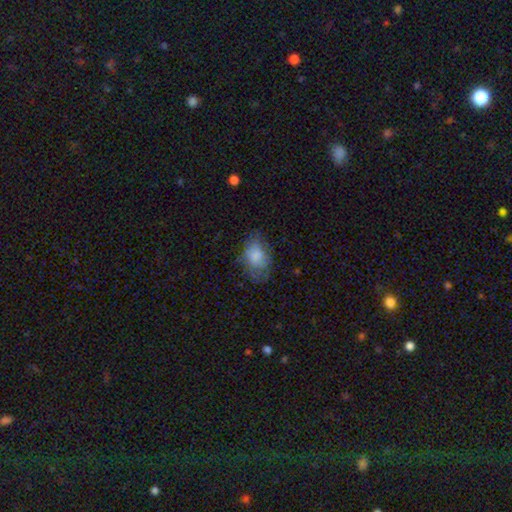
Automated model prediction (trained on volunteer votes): Smooth or featured? Predicted: smooth (p=0.74). How rounded? Predicted: in between (p=0.79). Merging? Predicted: none (p=0.50).